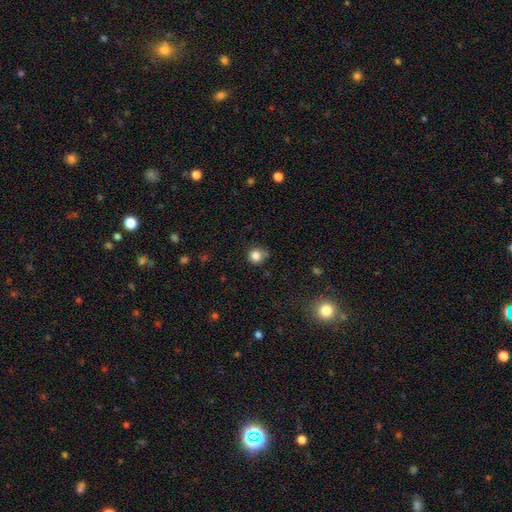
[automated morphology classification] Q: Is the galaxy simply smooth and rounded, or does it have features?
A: smooth — 84%.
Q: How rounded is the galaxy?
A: round — 90%.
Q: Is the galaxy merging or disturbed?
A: none — 72%.